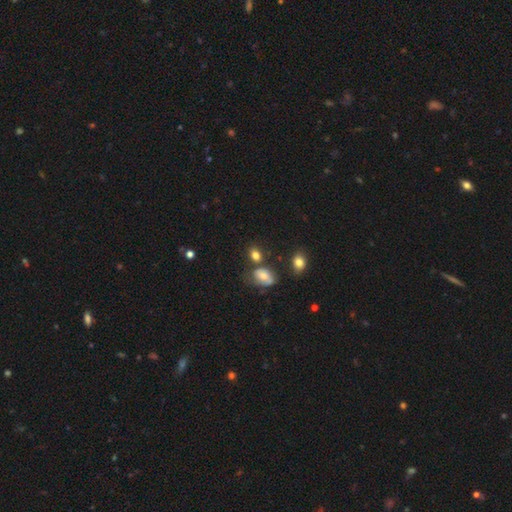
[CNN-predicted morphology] Smooth or featured?
  - smooth: 80% *
  - star or artifact: 11%
  - featured or disk: 9%
How rounded?
  - in between: 64% *
  - round: 34%
  - cigar-shaped: 2%
Merging?
  - none: 58% *
  - minor disturbance: 18%
  - merger: 17%
  - major disturbance: 7%